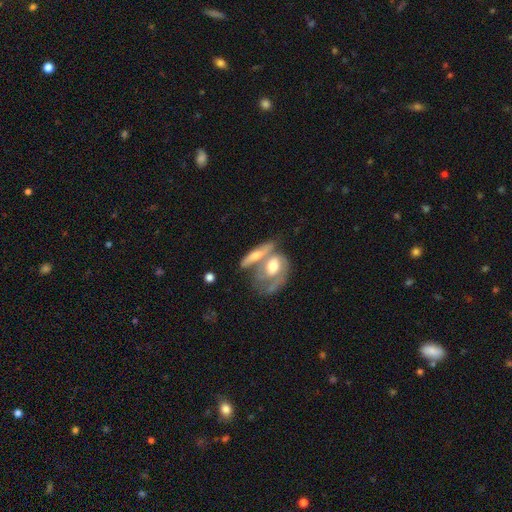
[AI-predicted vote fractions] A featured or disk galaxy (54%).

Vote fractions:
- Smooth or featured? featured or disk: 54% / smooth: 41% / star or artifact: 6%
- Edge-on disk? no: 57% / yes: 43%
- Merging? merger: 53% / none: 28% / minor disturbance: 12% / major disturbance: 7%